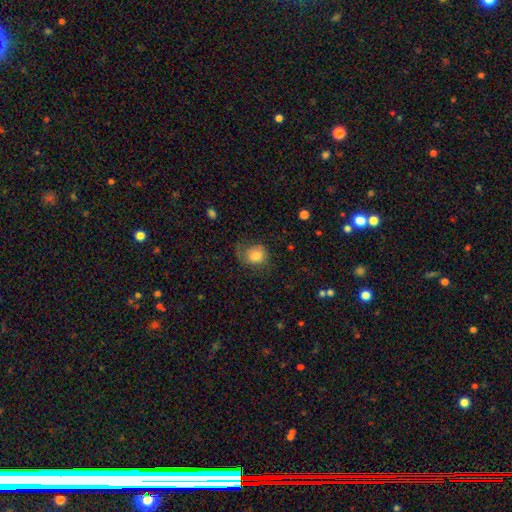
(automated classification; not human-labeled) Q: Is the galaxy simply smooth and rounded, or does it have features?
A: smooth — 75%.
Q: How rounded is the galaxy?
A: round — 68%.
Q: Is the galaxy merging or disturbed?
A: none — 48%.